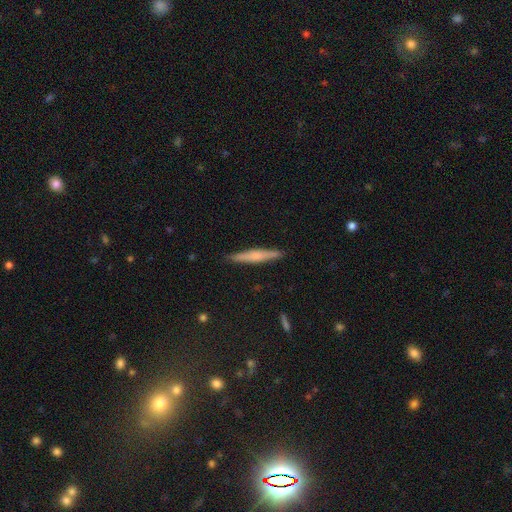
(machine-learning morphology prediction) A featured or disk galaxy (47%). Merging: none (90%).